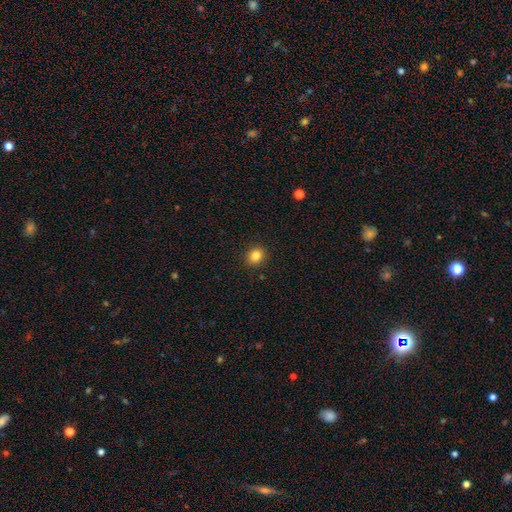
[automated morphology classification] This appears to be a smooth galaxy with no disk features (83%) that is round (73%). Merging: none (91%).